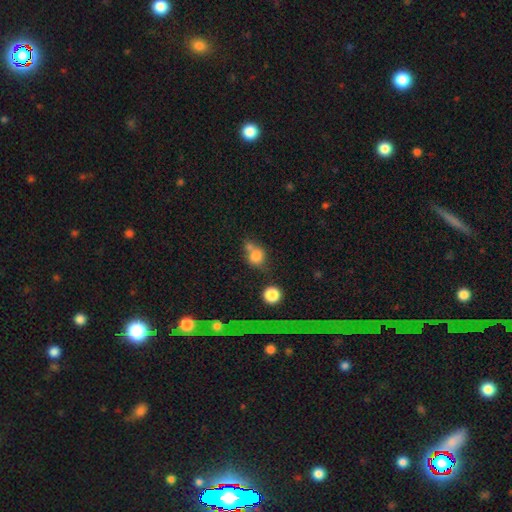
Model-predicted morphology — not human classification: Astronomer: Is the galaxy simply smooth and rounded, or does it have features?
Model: smooth — 76%.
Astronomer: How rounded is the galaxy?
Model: round — 66%.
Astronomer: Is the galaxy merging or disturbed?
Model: none — 37%, tied with merger at 37%.